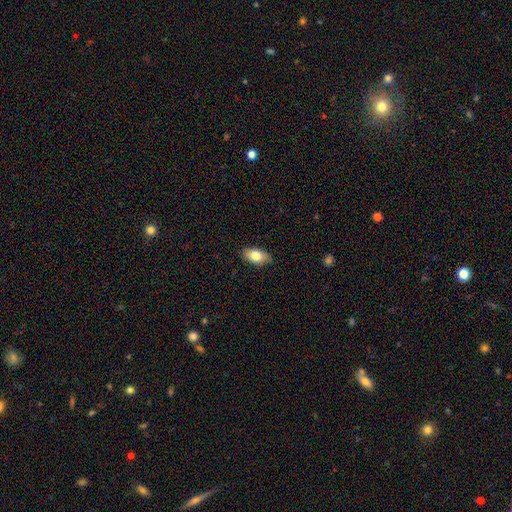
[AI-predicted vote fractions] This is likely a smooth galaxy (79%). How rounded: clearly in between (91%). Merging: clearly none (85%).